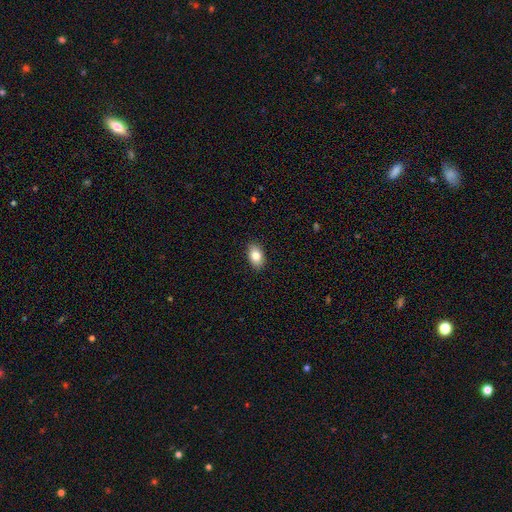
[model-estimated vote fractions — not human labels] Smooth or featured: smooth — 83% (featured or disk — 9%)
How rounded: in between — 90% (round — 9%)
Merging: none — 89% (minor disturbance — 8%)